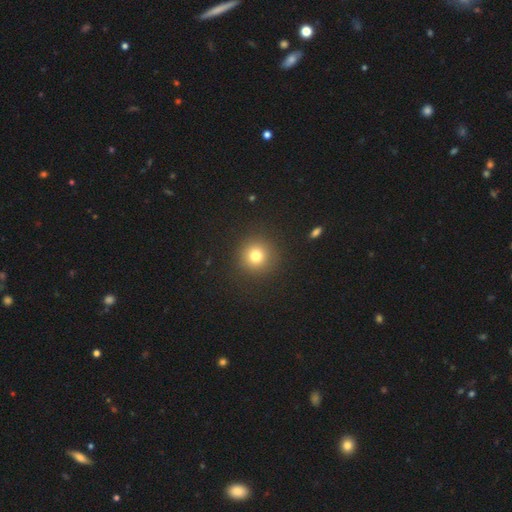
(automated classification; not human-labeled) Smooth or featured? smooth (77%)
How rounded? round (94%)
Merging? none (91%)